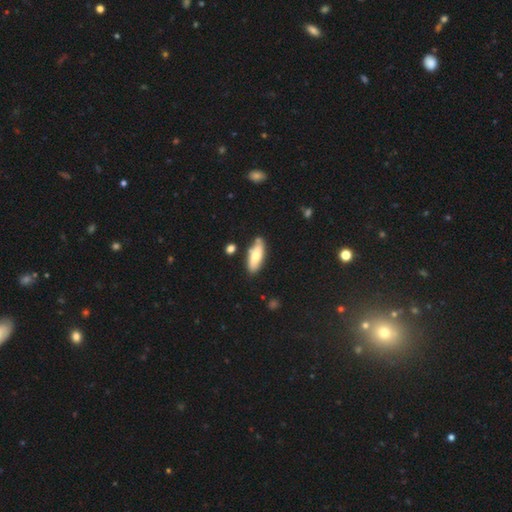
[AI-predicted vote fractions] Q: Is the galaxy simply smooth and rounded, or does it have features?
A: smooth — 69%.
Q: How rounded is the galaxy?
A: in between — 65%.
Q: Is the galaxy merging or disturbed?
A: none — 75%.